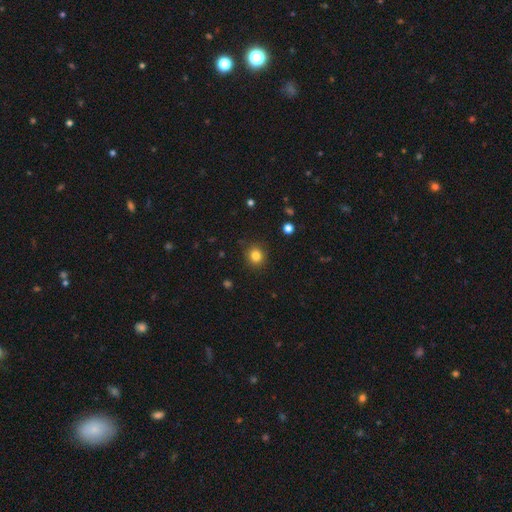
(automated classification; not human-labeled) smooth 82%, star or artifact 12%, featured or disk 5%. Down the decision tree: how rounded — round (87%); merging — none (88%).